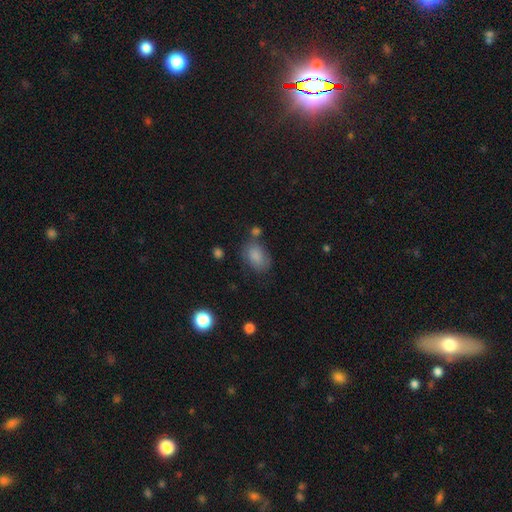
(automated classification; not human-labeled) This is clearly a smooth galaxy (83%). How rounded: clearly in between (85%). Merging: likely none (62%).